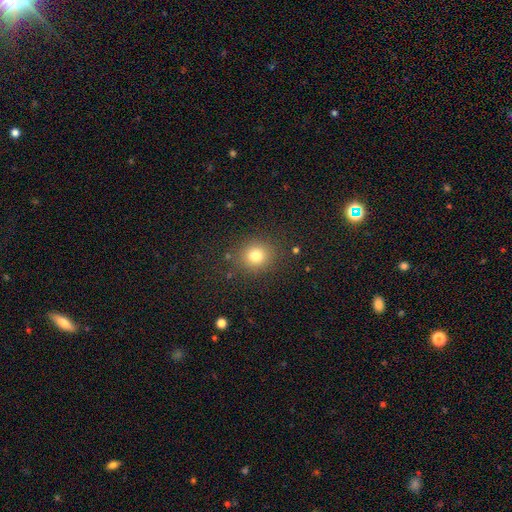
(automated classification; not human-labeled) Smooth or featured?
  - smooth: 78% *
  - star or artifact: 14%
  - featured or disk: 8%
How rounded?
  - round: 86% *
  - in between: 13%
  - cigar-shaped: 1%
Merging?
  - none: 86% *
  - minor disturbance: 8%
  - major disturbance: 4%
  - merger: 2%